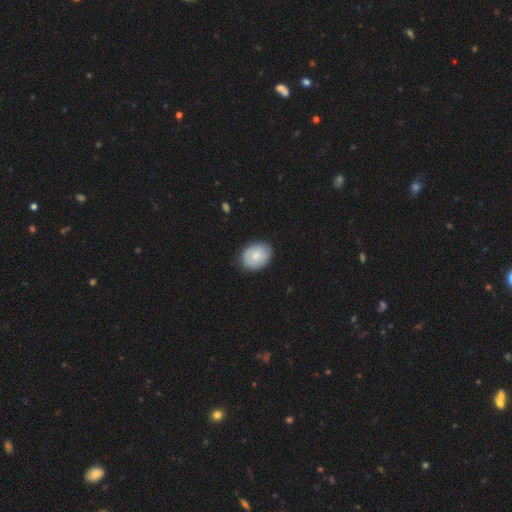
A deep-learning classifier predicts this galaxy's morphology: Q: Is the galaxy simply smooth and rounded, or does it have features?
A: smooth — 69%.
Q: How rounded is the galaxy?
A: in between — 58%.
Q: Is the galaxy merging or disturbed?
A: none — 82%.